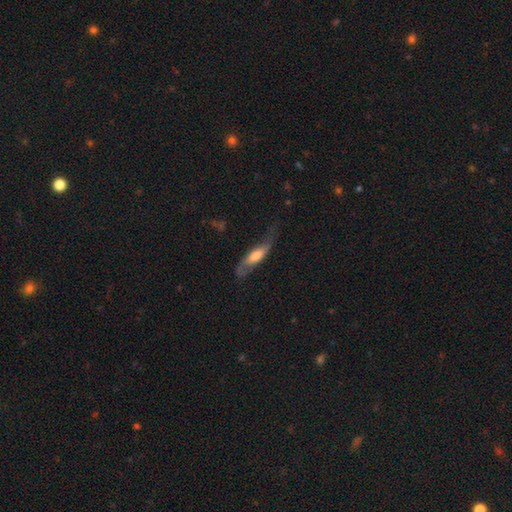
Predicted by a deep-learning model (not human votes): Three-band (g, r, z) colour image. It shows a featured or disk galaxy (49%). Merging: none (48%).